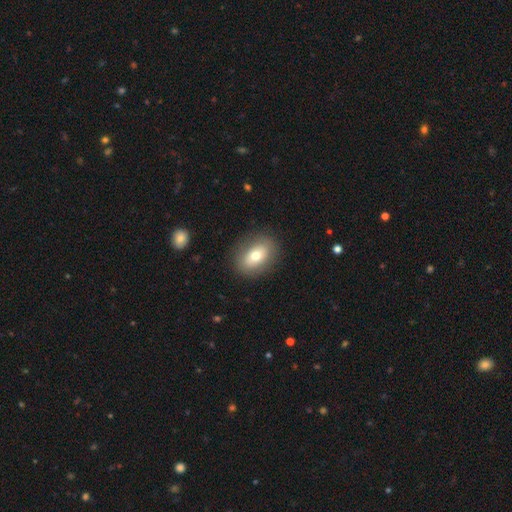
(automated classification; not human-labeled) smooth 71%, featured or disk 21%, star or artifact 8%. Down the decision tree: how rounded — in between (77%); merging — none (85%).